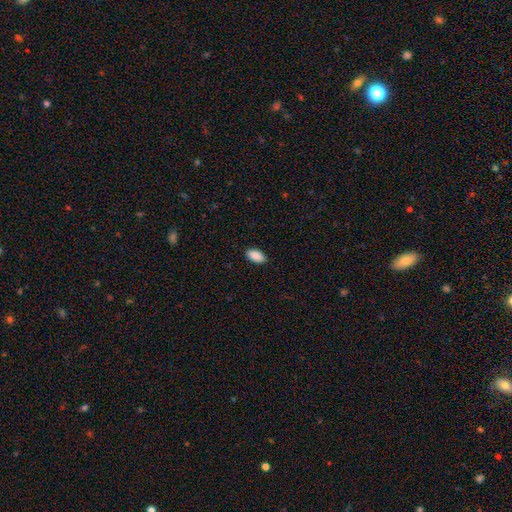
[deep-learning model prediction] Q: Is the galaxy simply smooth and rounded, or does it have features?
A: smooth — 90%.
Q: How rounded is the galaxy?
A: in between — 94%.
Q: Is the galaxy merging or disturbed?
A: none — 89%.